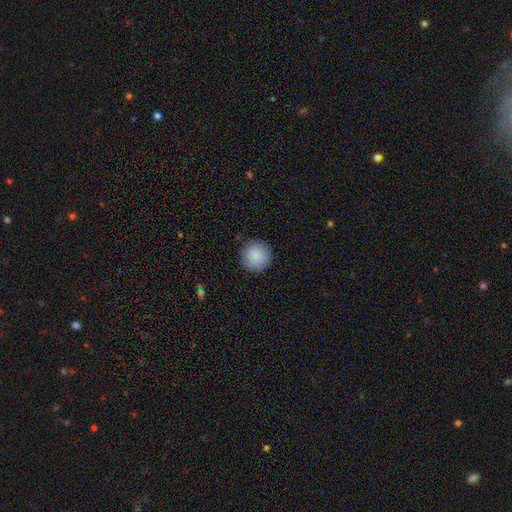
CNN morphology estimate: Overall: smooth (88%). How rounded: round (95%). Merging: none (90%).